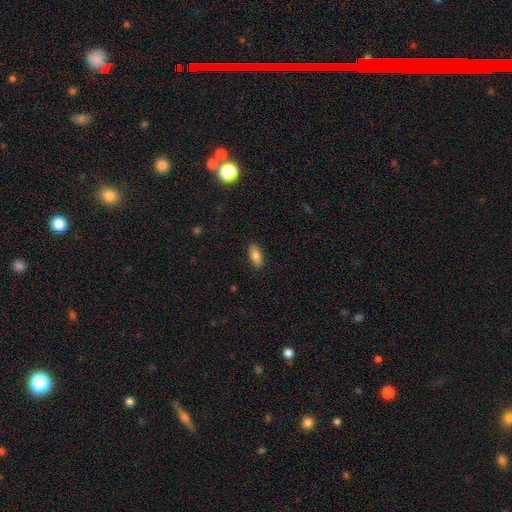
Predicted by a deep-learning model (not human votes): Overall: smooth (79%). How rounded: in between (81%). Merging: none (88%).